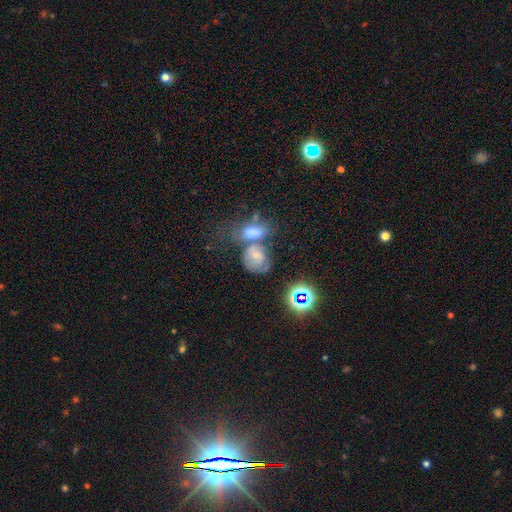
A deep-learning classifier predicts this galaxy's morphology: A smooth galaxy with no disk features (61%) that is in between round and cigar-shaped (54%).

Vote fractions:
- Smooth or featured? smooth: 61% / featured or disk: 22% / star or artifact: 17%
- How rounded? in between: 54% / round: 44% / cigar-shaped: 2%
- Merging? merger: 49% / none: 27% / minor disturbance: 14% / major disturbance: 10%